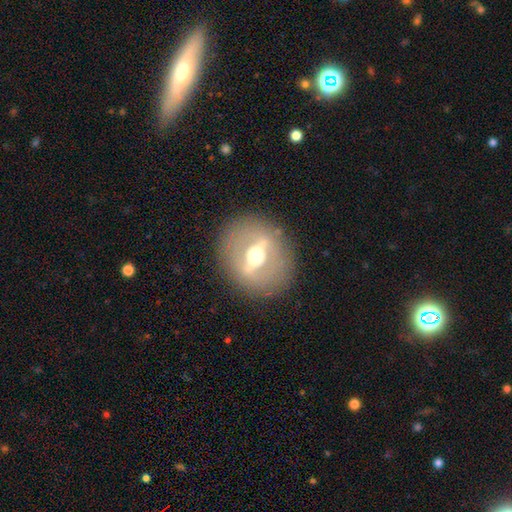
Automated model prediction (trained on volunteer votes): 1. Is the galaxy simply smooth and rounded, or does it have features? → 73% featured or disk, 18% smooth, 9% star or artifact.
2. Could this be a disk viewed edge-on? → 65% no, 35% yes.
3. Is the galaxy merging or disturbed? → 86% none, 8% minor disturbance, 4% major disturbance, 1% merger.